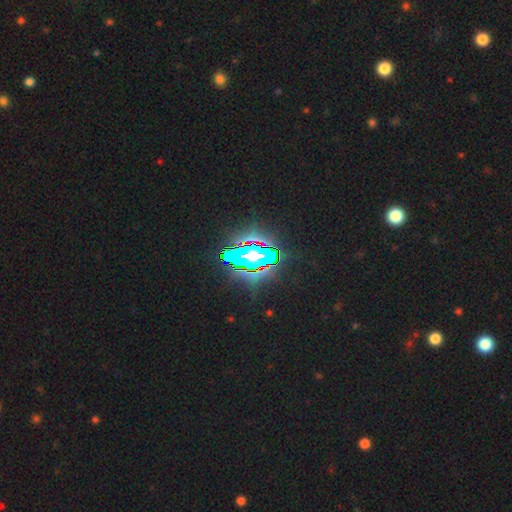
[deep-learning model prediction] Smooth or featured: star or artifact — 84% (smooth — 9%)